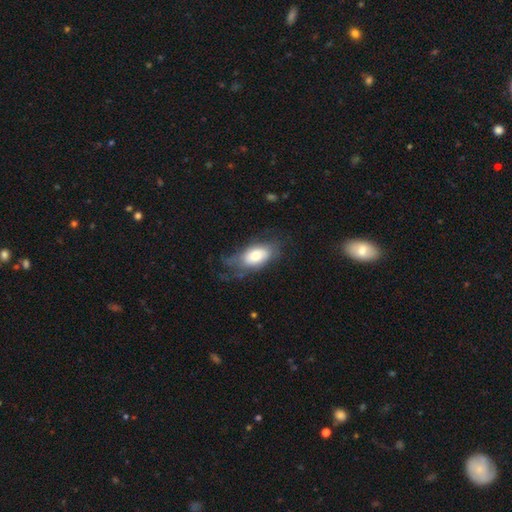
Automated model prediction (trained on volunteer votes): Smooth or featured? smooth (59%)
How rounded? in between (91%)
Merging? none (46%)